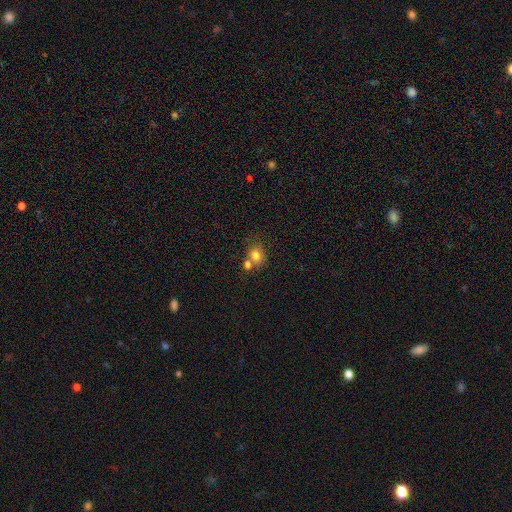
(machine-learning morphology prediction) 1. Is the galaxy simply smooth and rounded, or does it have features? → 79% smooth, 11% star or artifact, 10% featured or disk.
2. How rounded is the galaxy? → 50% round, 49% in between, 1% cigar-shaped.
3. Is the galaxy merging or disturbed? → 45% none, 41% merger, 11% minor disturbance, 4% major disturbance.